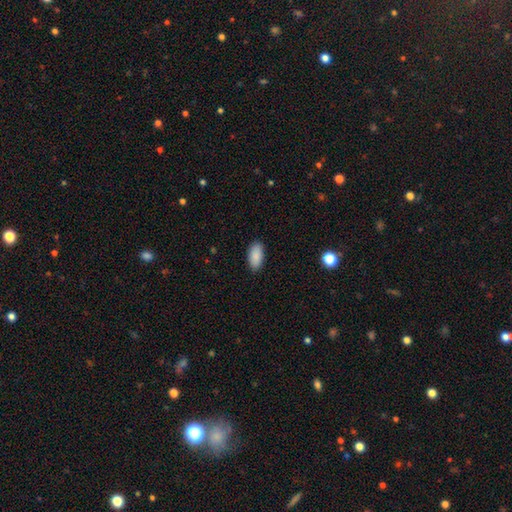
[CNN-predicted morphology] type=smooth (90%); roundness=in between (93%); merging=none (89%).